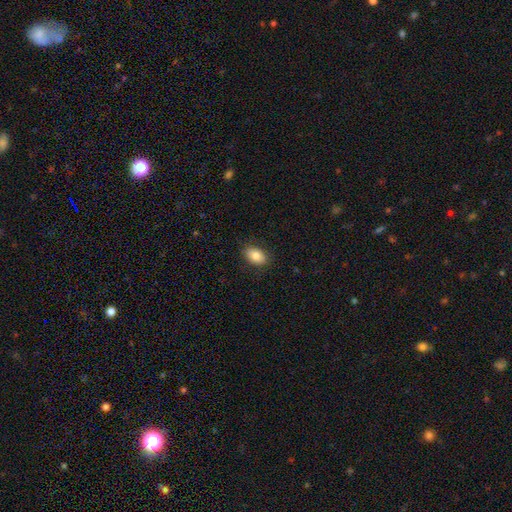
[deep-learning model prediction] Smooth or featured? Predicted: smooth (p=0.84). How rounded? Predicted: in between (p=0.85). Merging? Predicted: none (p=0.86).